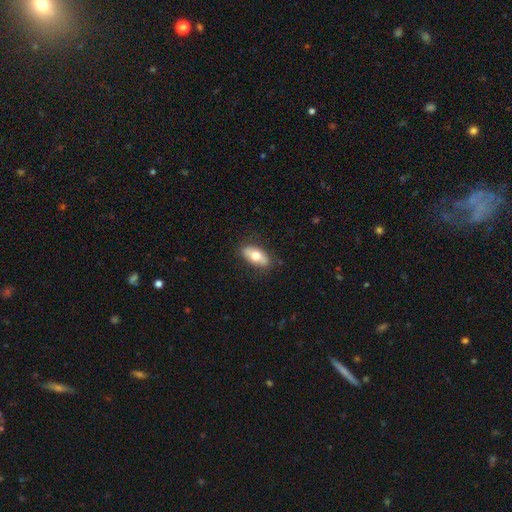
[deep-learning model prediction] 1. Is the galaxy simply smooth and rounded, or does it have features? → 67% smooth, 26% featured or disk, 6% star or artifact.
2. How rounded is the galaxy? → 86% in between, 11% cigar-shaped, 4% round.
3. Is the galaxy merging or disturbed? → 84% none, 12% minor disturbance, 3% major disturbance, 1% merger.